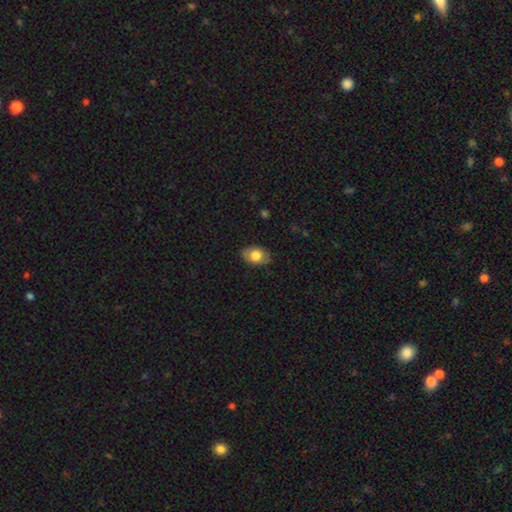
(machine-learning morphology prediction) This is likely a smooth galaxy (76%). How rounded: clearly in between (83%). Merging: clearly none (83%).